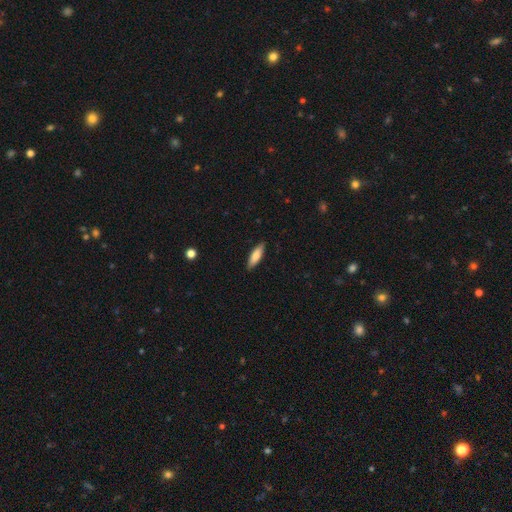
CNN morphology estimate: Smooth or featured?
  - smooth: 79% *
  - featured or disk: 16%
  - star or artifact: 6%
How rounded?
  - cigar-shaped: 55% *
  - in between: 44%
  - round: 2%
Merging?
  - none: 88% *
  - minor disturbance: 9%
  - major disturbance: 2%
  - merger: 1%